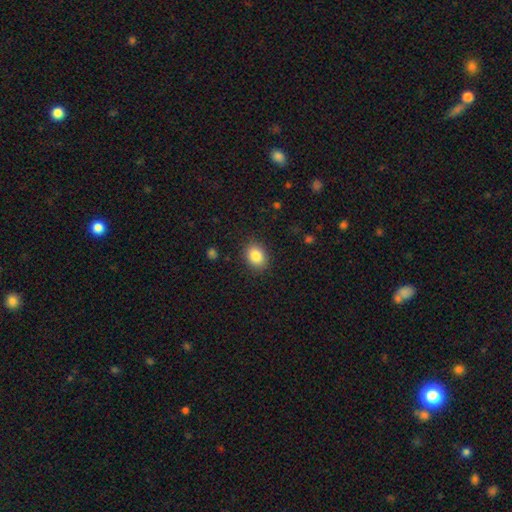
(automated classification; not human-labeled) Overall: smooth (85%). How rounded: in between (62%; round 37%). Merging: none (88%).